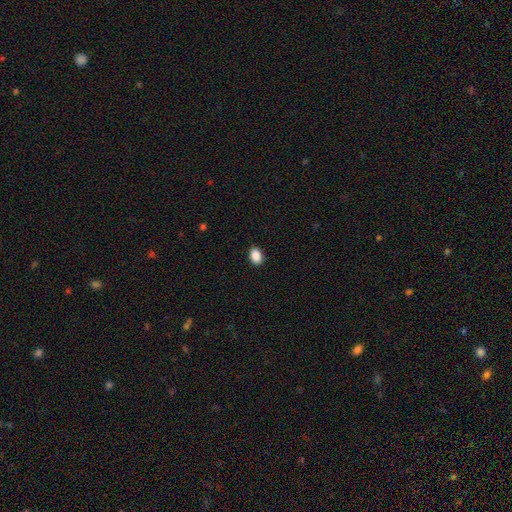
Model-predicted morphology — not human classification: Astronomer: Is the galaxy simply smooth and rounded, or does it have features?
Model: smooth — 90%.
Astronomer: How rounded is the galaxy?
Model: in between — 82%.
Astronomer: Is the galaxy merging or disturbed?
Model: none — 90%.